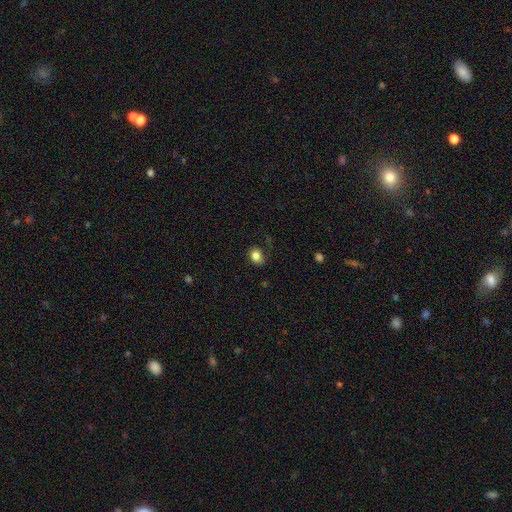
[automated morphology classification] smooth_or_featured: smooth (p=0.83) [alt: star or artifact p=0.10]
how_rounded: in between (p=0.51) [alt: round p=0.48]
merging: none (p=0.72) [alt: minor disturbance p=0.19]